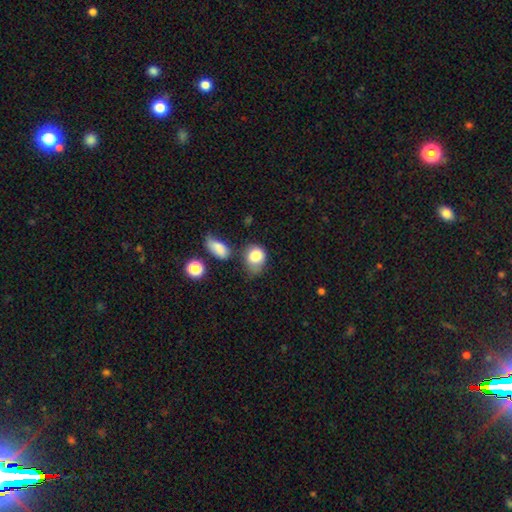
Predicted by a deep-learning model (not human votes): Q: Smooth or featured?
A: smooth (82%); runner-up: featured or disk (9%)
Q: How rounded?
A: round (52%); runner-up: in between (46%)
Q: Merging?
A: none (38%); runner-up: minor disturbance (34%)